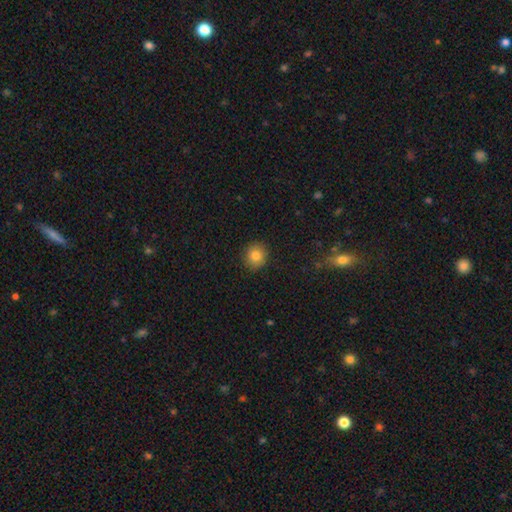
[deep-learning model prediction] Morphology: type=smooth (82%); roundness=round (84%); merging=none (90%).